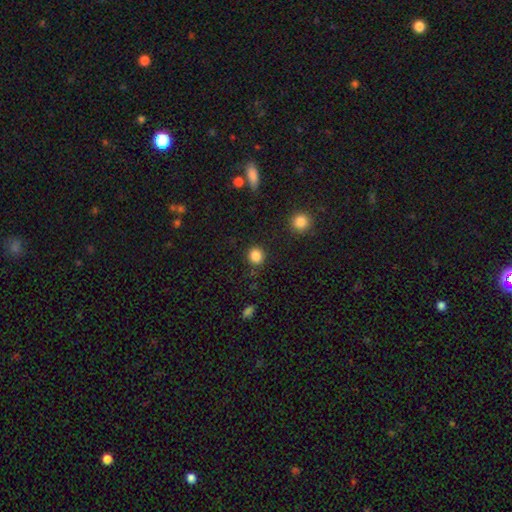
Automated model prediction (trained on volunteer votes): smooth_or_featured: smooth (p=0.86) [alt: star or artifact p=0.11]
how_rounded: round (p=0.88) [alt: in between p=0.11]
merging: none (p=0.87) [alt: minor disturbance p=0.08]